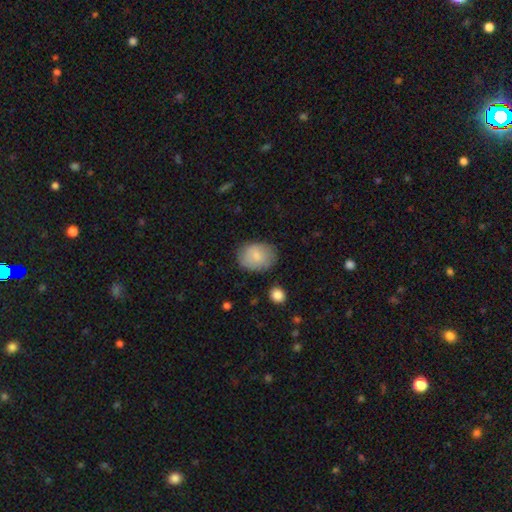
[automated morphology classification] The model was most divided on "how rounded": in between: 61%, round: 38%, cigar-shaped: 1%. More confident: smooth or featured — smooth (77%); merging — none (74%).